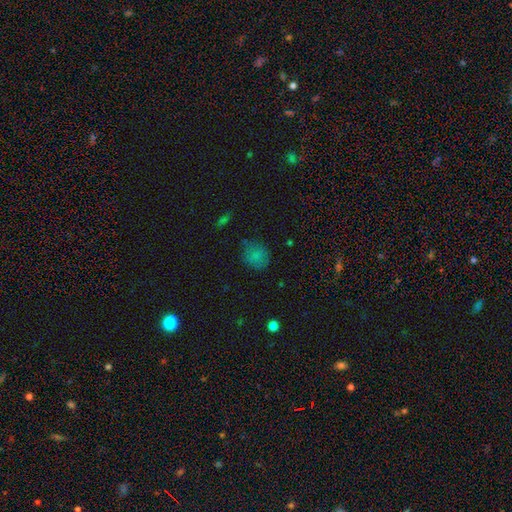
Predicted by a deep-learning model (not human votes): A smooth galaxy with no disk features (77%) that is round (75%).

Vote fractions:
- Smooth or featured? smooth: 77% / star or artifact: 14% / featured or disk: 9%
- How rounded? round: 75% / in between: 24% / cigar-shaped: 1%
- Merging? none: 67% / minor disturbance: 23% / major disturbance: 7% / merger: 3%